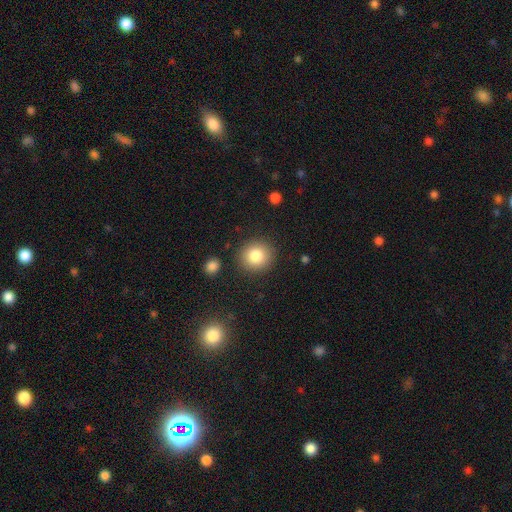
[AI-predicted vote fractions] Q: Smooth or featured?
A: smooth (82%); runner-up: star or artifact (10%)
Q: How rounded?
A: round (89%); runner-up: in between (10%)
Q: Merging?
A: none (88%); runner-up: minor disturbance (7%)